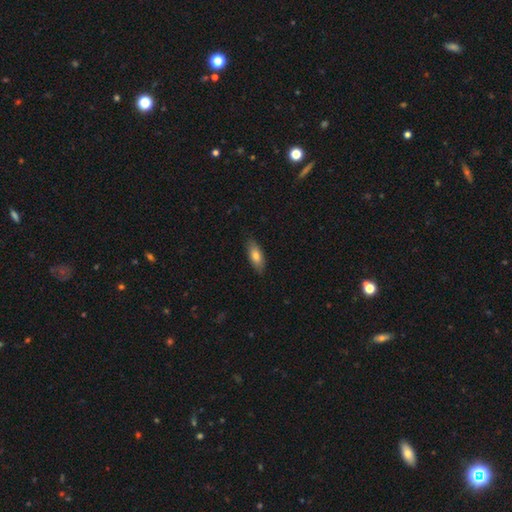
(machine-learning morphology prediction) type=smooth (79%); roundness=in between (76%); merging=none (85%).